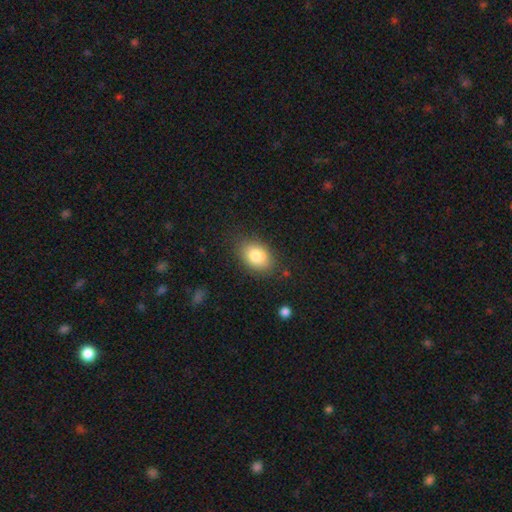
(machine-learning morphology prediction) smooth 83%, featured or disk 9%, star or artifact 8%. Down the decision tree: how rounded — in between (80%); merging — none (80%).